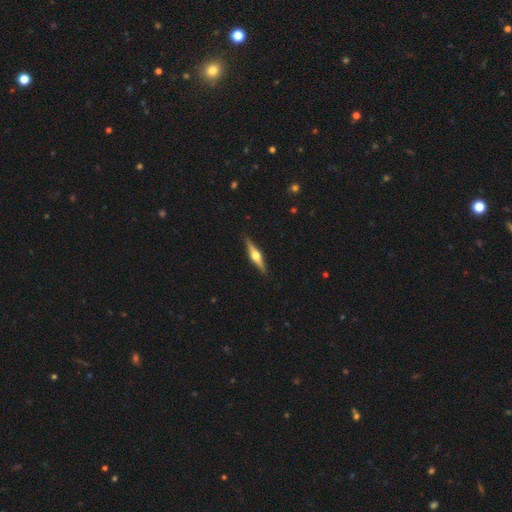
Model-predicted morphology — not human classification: A featured or disk galaxy (74%) viewed edge-on (98%) with a rounded central bulge (96%).

Vote fractions:
- Smooth or featured? featured or disk: 74% / smooth: 21% / star or artifact: 5%
- Edge-on disk? yes: 98% / no: 2%
- Edge-on bulge? rounded: 96% / boxy: 3% / none: 2%
- Merging? none: 91% / minor disturbance: 6% / major disturbance: 1% / merger: 1%